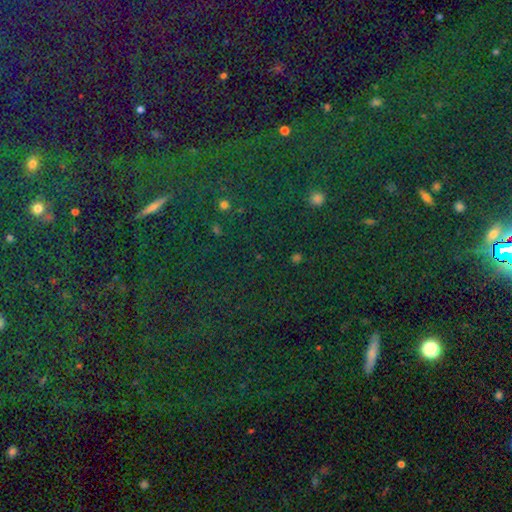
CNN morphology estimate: Overall: star or artifact (81%).